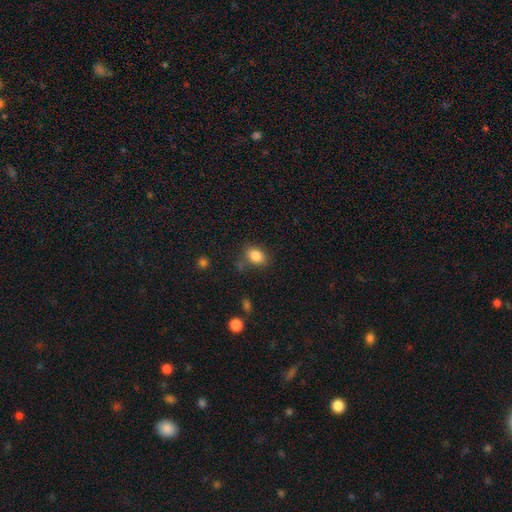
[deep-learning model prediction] A smooth galaxy with no disk features (84%) that is in between round and cigar-shaped (74%). Merging: none (74%).